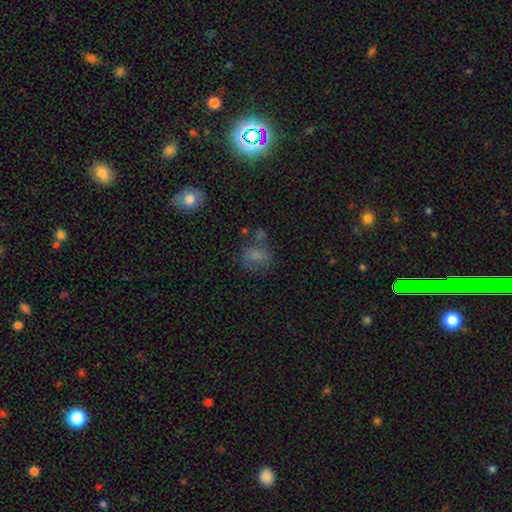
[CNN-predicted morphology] A smooth galaxy with no disk features (65%) that is round (50%). Merging: none (47%).